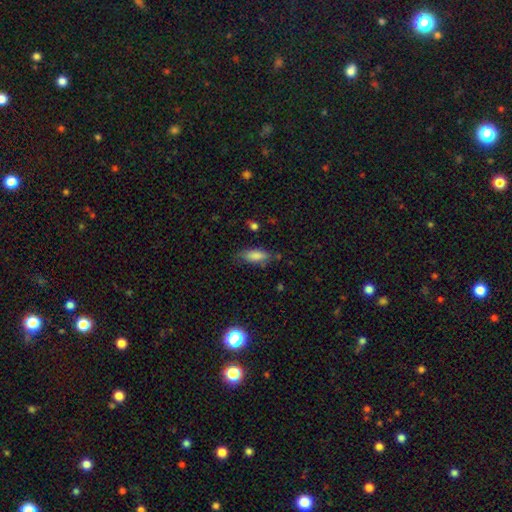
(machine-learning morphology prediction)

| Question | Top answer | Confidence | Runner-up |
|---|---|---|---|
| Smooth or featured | smooth | 82% | featured or disk (10%) |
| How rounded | in between | 73% | cigar-shaped (24%) |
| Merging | none | 67% | minor disturbance (24%) |